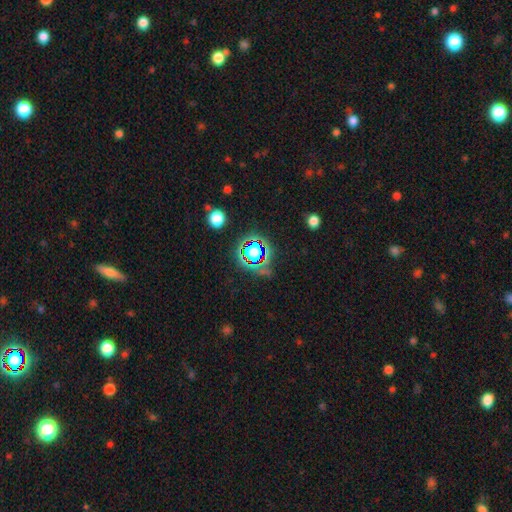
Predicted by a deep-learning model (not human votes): This is likely a star or artifact rather than a galaxy (74%).